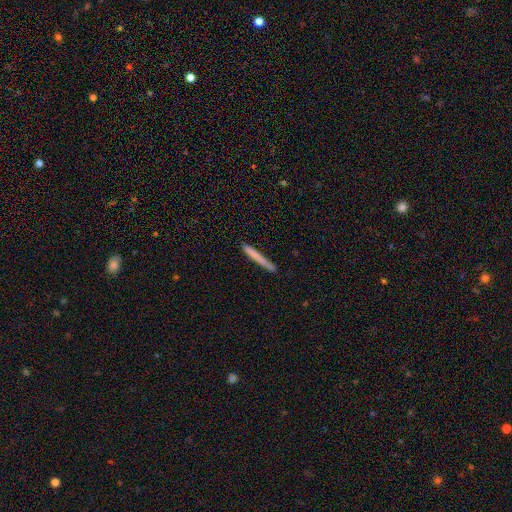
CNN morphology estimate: Overall: smooth (71%). How rounded: cigar-shaped (97%). Merging: none (86%).